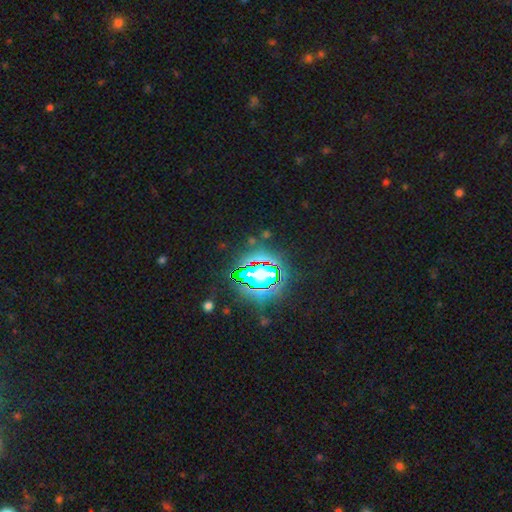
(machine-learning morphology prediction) Smooth or featured: star or artifact — 82% (smooth — 10%)